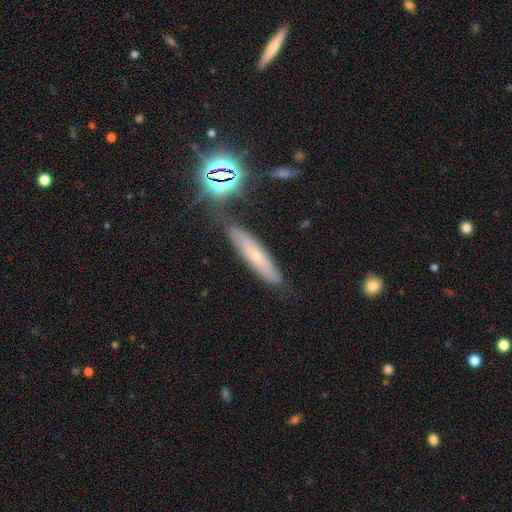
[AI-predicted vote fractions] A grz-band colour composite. It shows a featured or disk galaxy (43%). Merging: none (76%).